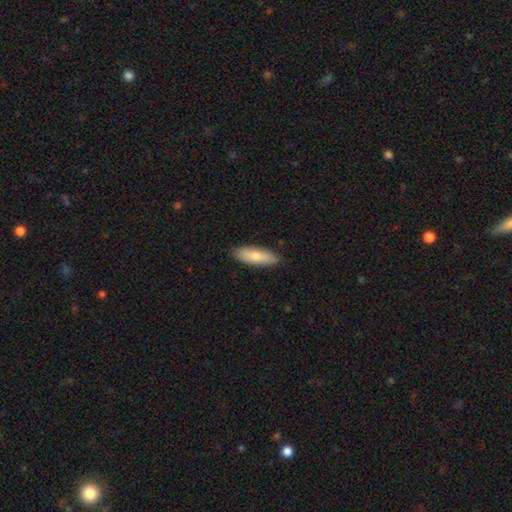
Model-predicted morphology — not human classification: Smooth or featured? smooth (75%)
How rounded? in between (52%)
Merging? none (87%)